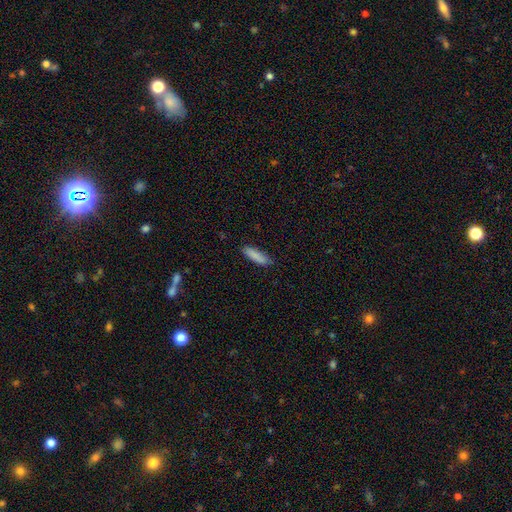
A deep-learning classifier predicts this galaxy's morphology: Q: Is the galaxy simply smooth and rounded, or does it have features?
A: smooth — 87%.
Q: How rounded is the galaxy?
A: cigar-shaped — 56%.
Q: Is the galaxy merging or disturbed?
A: none — 83%.